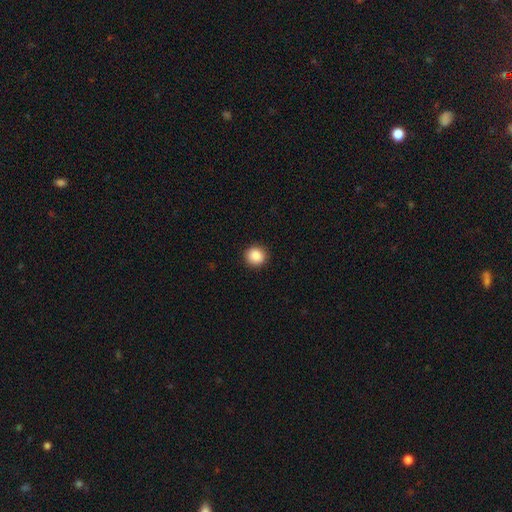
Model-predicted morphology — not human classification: Smooth or featured?
  - smooth: 88% *
  - star or artifact: 9%
  - featured or disk: 3%
How rounded?
  - round: 90% *
  - in between: 9%
  - cigar-shaped: 1%
Merging?
  - none: 92% *
  - minor disturbance: 6%
  - major disturbance: 2%
  - merger: 1%